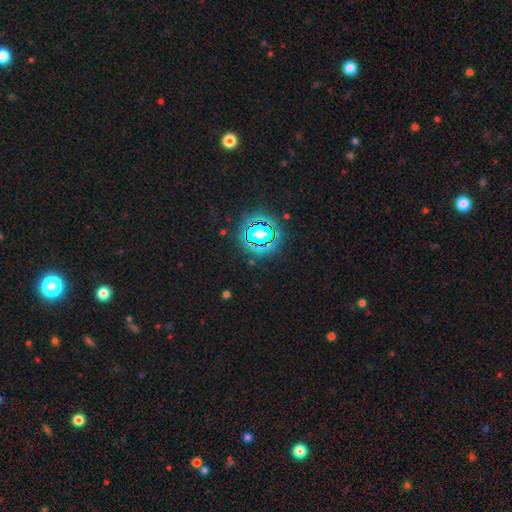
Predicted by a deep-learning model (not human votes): Smooth or featured: star or artifact — 82% (smooth — 11%)